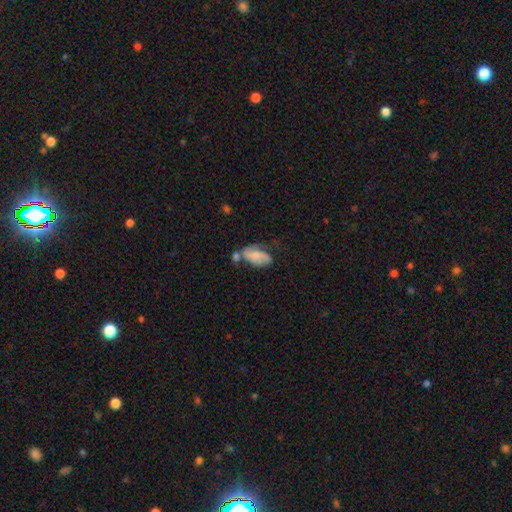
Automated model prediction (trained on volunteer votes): A featured or disk galaxy (48%). Merging: none (31%).